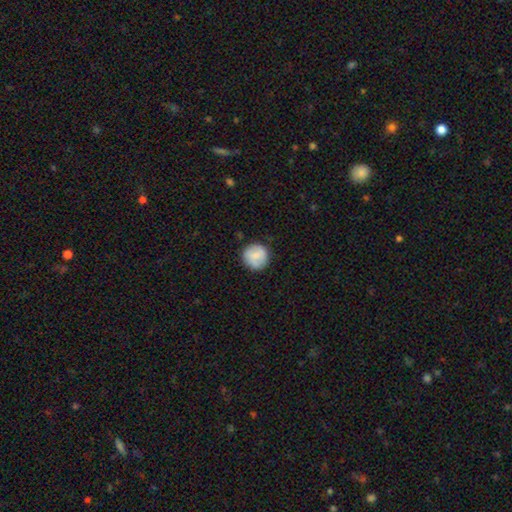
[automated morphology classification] Smooth or featured? Predicted: smooth (p=0.76). How rounded? Predicted: round (p=0.94). Merging? Predicted: none (p=0.85).